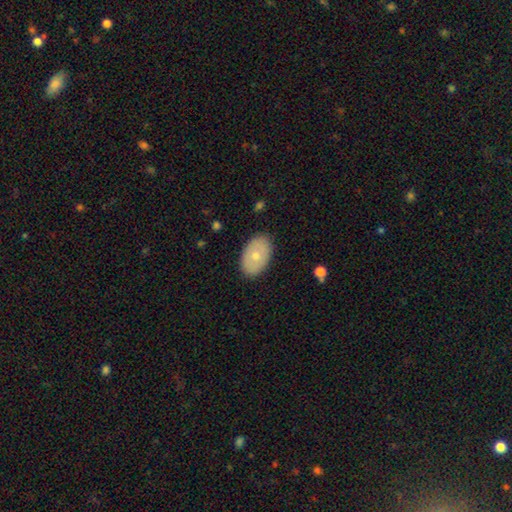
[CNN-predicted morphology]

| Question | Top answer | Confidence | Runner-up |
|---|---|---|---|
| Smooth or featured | smooth | 66% | featured or disk (28%) |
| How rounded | in between | 89% | round (10%) |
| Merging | none | 87% | minor disturbance (10%) |